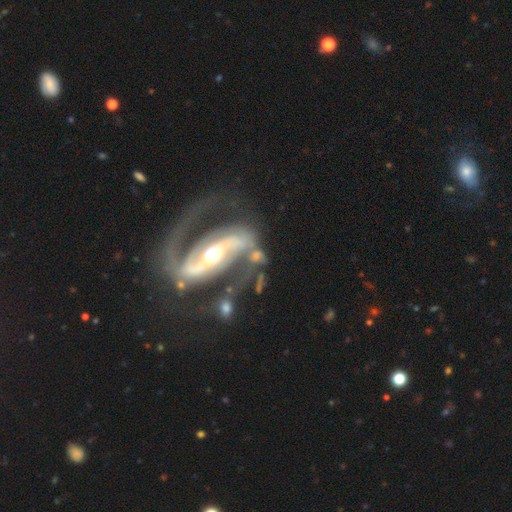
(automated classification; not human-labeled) Overall: featured or disk (87%). Edge-on disk: no (94%). Bar: strong (57%; weak 24%). Spiral arms: yes (93%). Spiral arm count: 2 (89%). Spiral winding: medium (45%; loose 37%). Bulge size: moderate (68%). Merging: none (46%; major disturbance 19%).